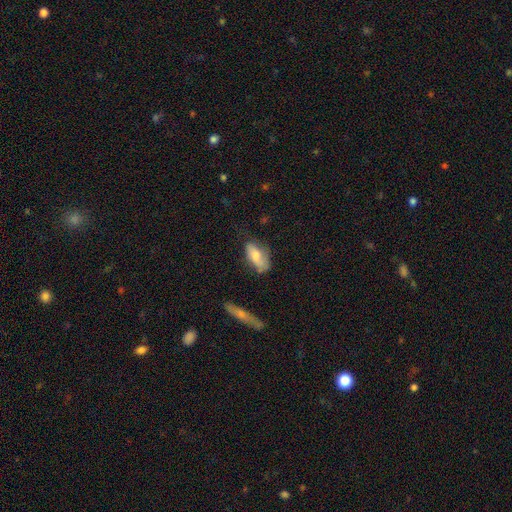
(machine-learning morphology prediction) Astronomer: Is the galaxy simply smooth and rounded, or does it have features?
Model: smooth — 73%.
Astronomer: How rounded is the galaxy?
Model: in between — 85%.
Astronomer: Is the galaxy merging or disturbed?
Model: none — 50% (runner-up: minor disturbance, 33%).